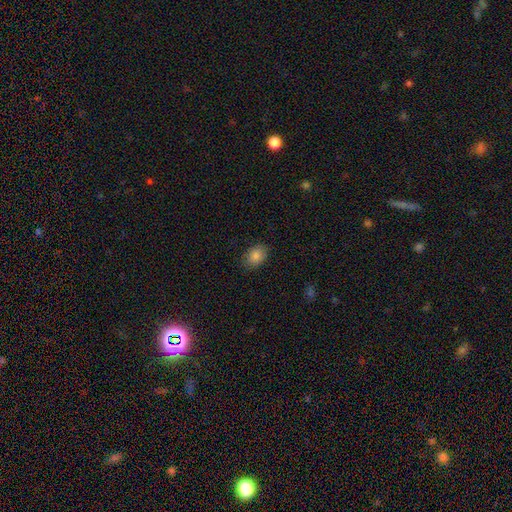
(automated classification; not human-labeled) smooth 85%, star or artifact 9%, featured or disk 6%. Down the decision tree: how rounded — in between (77%); merging — none (84%).